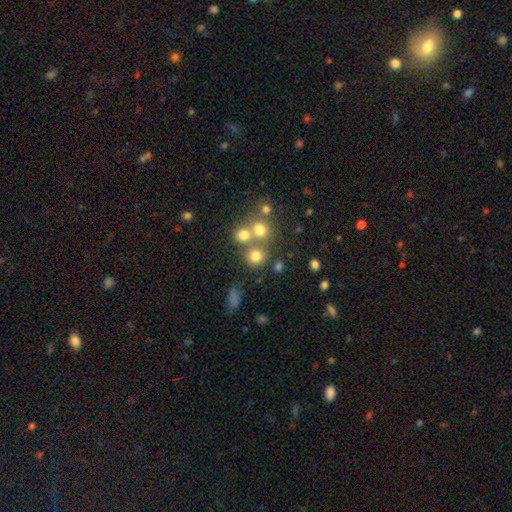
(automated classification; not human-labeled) Smooth or featured?
  - smooth: 74% *
  - star or artifact: 15%
  - featured or disk: 10%
How rounded?
  - round: 85% *
  - in between: 13%
  - cigar-shaped: 1%
Merging?
  - none: 59% *
  - merger: 28%
  - minor disturbance: 8%
  - major disturbance: 5%